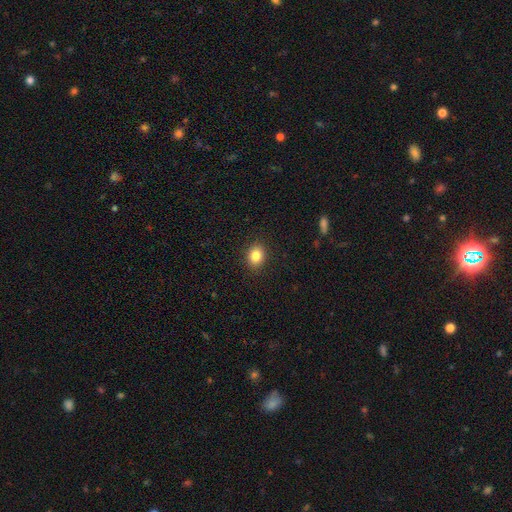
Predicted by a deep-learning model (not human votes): This appears to be a smooth galaxy with no disk features (84%) that is round (50%). Merging: none (90%).